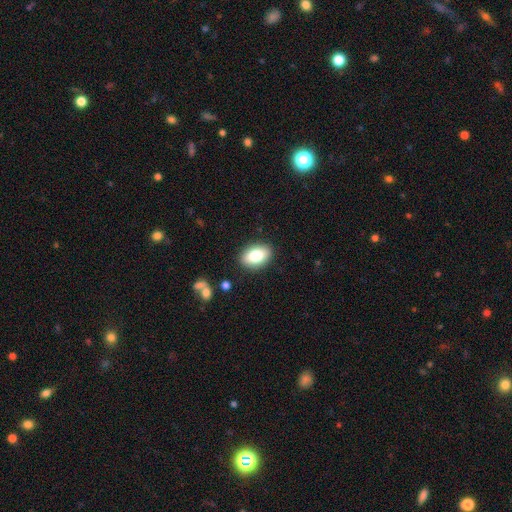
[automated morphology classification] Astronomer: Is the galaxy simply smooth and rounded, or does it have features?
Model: smooth — 79%.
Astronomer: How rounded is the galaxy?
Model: in between — 86%.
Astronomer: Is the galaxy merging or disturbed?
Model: none — 87%.